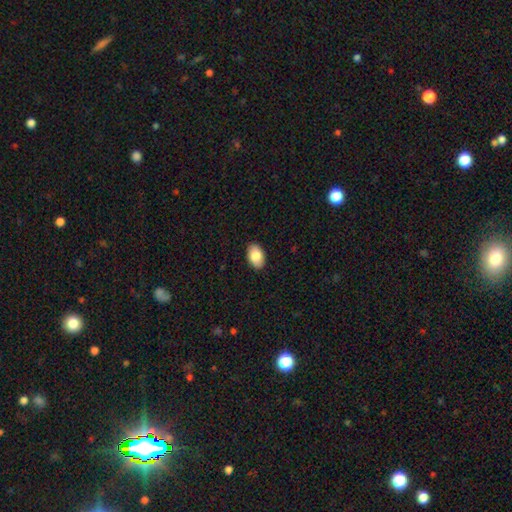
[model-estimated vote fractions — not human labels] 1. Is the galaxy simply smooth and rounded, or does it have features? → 85% smooth, 8% featured or disk, 7% star or artifact.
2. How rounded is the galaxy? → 91% in between, 8% round, 1% cigar-shaped.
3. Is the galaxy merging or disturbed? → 90% none, 8% minor disturbance, 2% major disturbance, 1% merger.